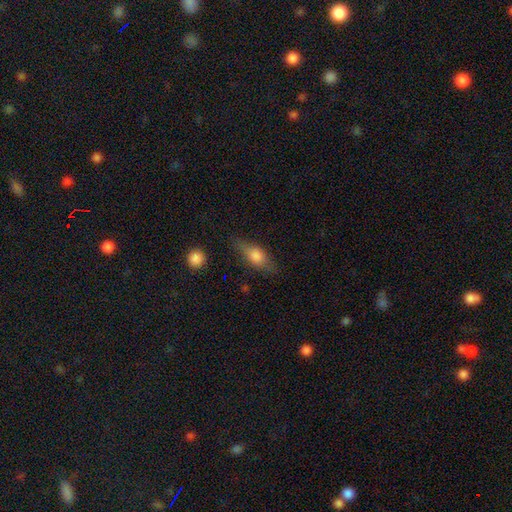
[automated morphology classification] smooth 65%, featured or disk 27%, star or artifact 8%. Down the decision tree: how rounded — in between (68%); merging — none (67%).